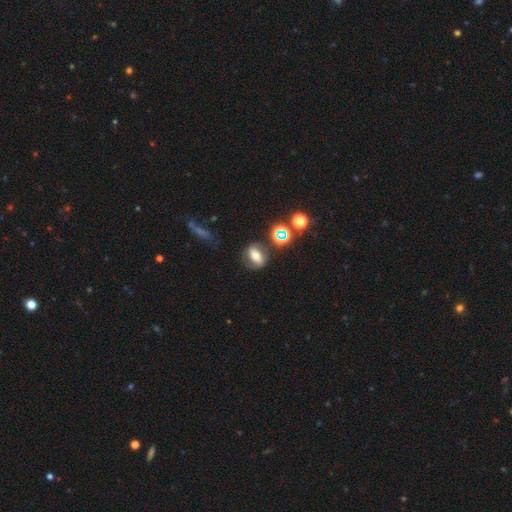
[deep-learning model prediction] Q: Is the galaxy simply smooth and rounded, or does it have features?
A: smooth — 49%.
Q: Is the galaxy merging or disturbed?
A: none — 74%.